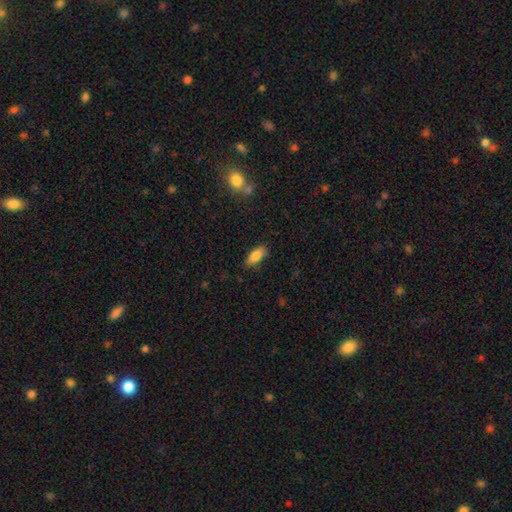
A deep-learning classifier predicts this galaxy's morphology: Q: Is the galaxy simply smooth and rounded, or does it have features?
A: smooth — 84%.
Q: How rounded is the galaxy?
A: in between — 82%.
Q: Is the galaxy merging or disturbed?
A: none — 79%.